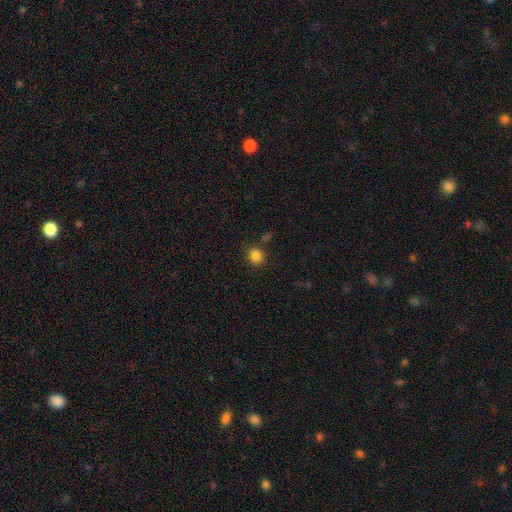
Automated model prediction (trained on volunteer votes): A smooth galaxy with no disk features (84%) that is round (83%). Merging: none (78%).